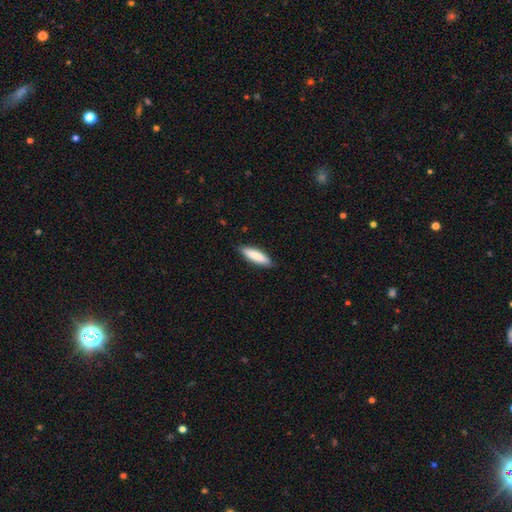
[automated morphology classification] A smooth galaxy with no disk features (85%) that is cigar-shaped (65%).

Vote fractions:
- Smooth or featured? smooth: 85% / featured or disk: 9% / star or artifact: 5%
- How rounded? cigar-shaped: 65% / in between: 33% / round: 1%
- Merging? none: 87% / minor disturbance: 10% / major disturbance: 2% / merger: 1%